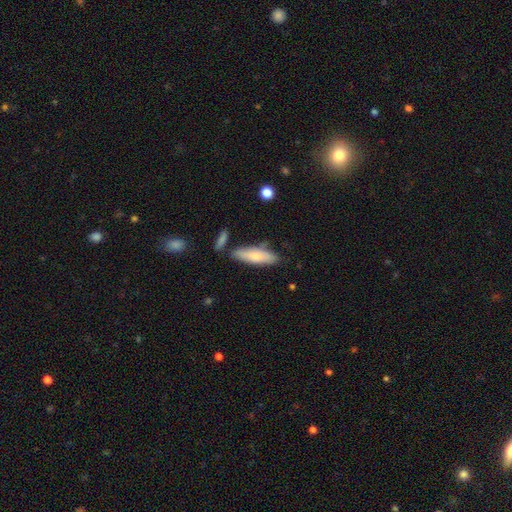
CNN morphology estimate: type=smooth (73%); roundness=cigar-shaped (54%); merging=none (71%).